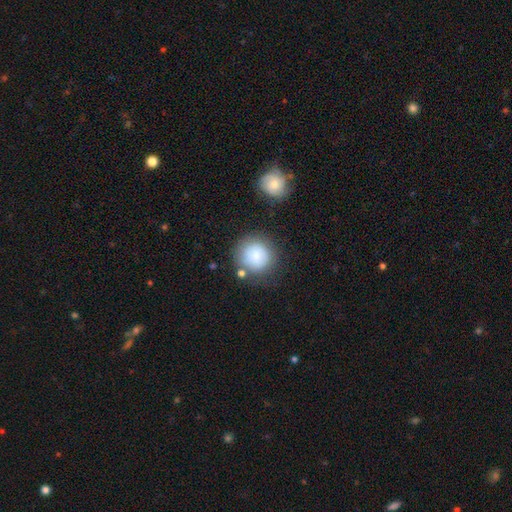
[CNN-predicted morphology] Smooth or featured? smooth (82%)
How rounded? round (92%)
Merging? none (70%)